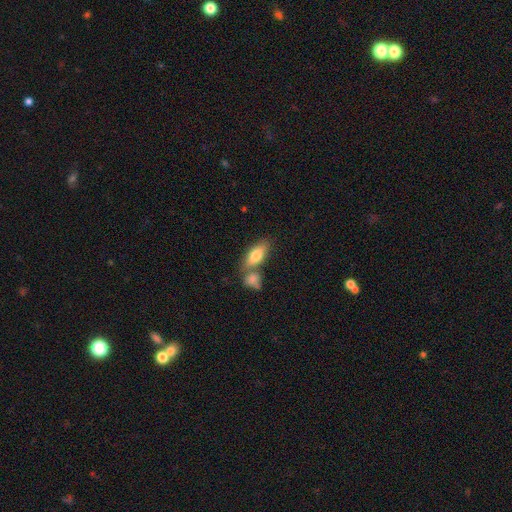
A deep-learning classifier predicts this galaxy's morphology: The model was most divided on "merging": none: 46%, merger: 38%, minor disturbance: 12%, major disturbance: 4%. More confident: how rounded — in between (80%); smooth or featured — smooth (78%).